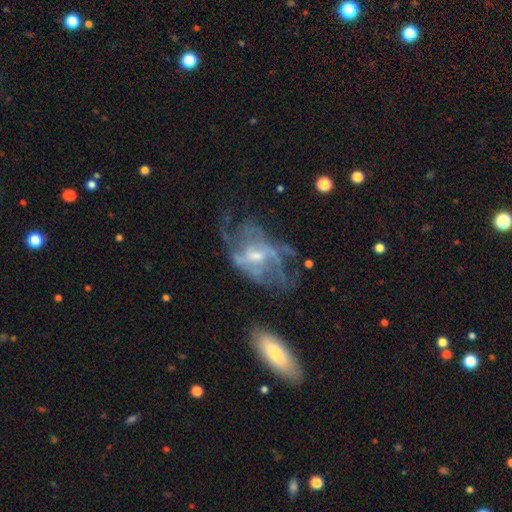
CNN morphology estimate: This appears to be a featured or disk galaxy (77%) with no bar (49%), medium (39%) spiral arms (70%) and a small central bulge (52%). Merging: none (41%).